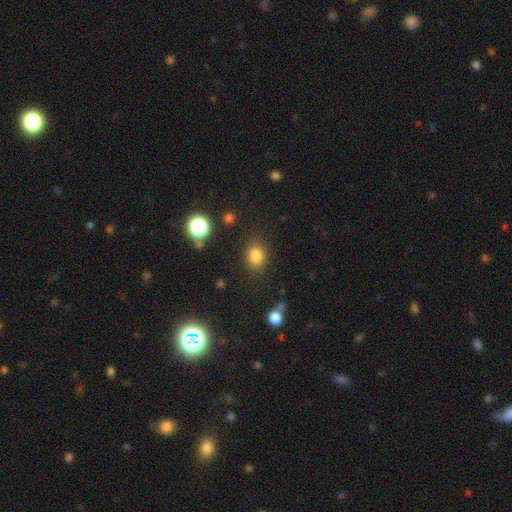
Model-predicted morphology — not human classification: Smooth or featured? Predicted: smooth (p=0.82). How rounded? Predicted: round (p=0.55). Merging? Predicted: none (p=0.80).